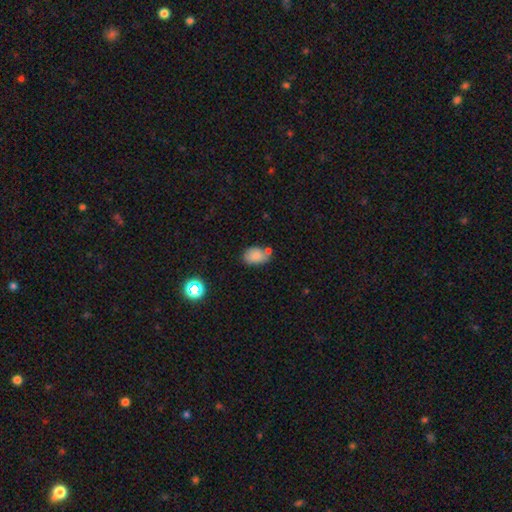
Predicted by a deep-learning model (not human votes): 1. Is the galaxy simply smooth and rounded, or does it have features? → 81% smooth, 10% star or artifact, 8% featured or disk.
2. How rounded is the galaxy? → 81% in between, 18% round, 1% cigar-shaped.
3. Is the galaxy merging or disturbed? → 54% none, 22% minor disturbance, 18% merger, 6% major disturbance.